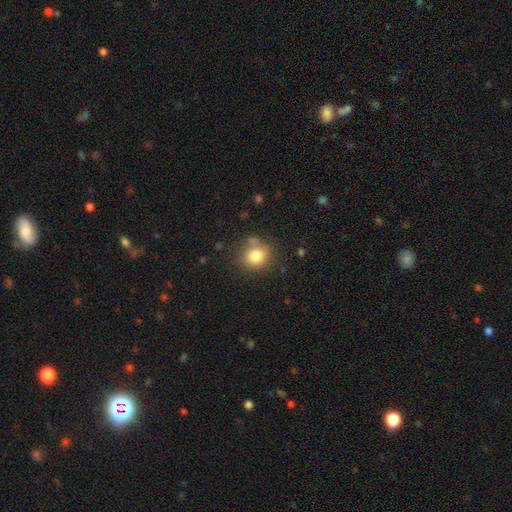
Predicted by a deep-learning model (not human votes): Smooth or featured? smooth (81%)
How rounded? round (78%)
Merging? none (71%)